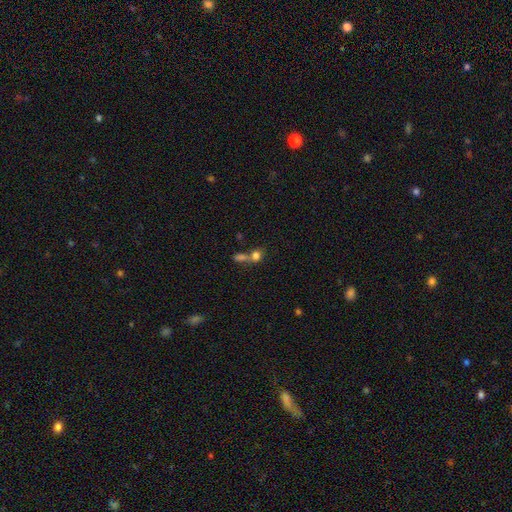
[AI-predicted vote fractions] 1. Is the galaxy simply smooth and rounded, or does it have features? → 74% smooth, 13% star or artifact, 12% featured or disk.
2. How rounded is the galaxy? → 63% round, 33% in between, 4% cigar-shaped.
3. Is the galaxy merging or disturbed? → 56% merger, 30% none, 7% minor disturbance, 6% major disturbance.